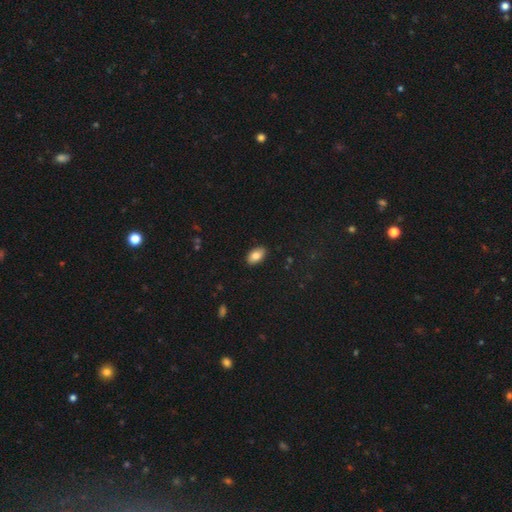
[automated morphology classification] smooth_or_featured: smooth (p=0.83) [alt: featured or disk p=0.10]
how_rounded: in between (p=0.93) [alt: round p=0.05]
merging: none (p=0.88) [alt: minor disturbance p=0.09]